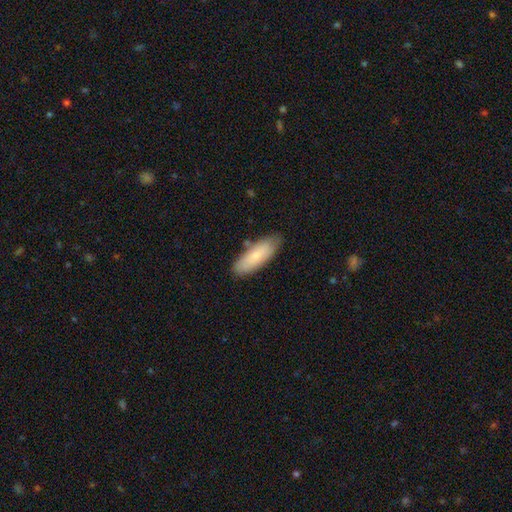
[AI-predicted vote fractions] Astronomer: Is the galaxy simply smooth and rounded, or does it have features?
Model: smooth — 79%.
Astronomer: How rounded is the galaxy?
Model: in between — 64%.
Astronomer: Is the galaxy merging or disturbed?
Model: none — 78%.